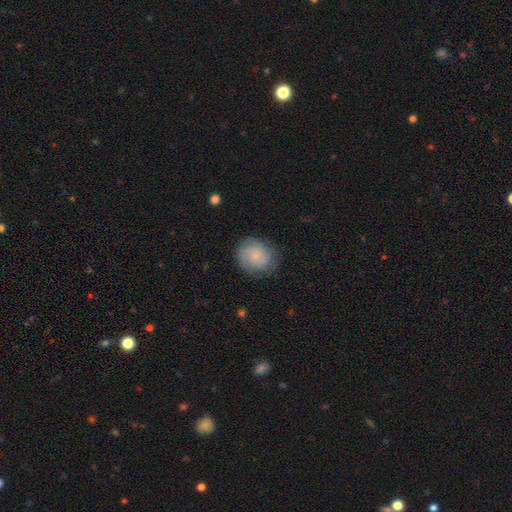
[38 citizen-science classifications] Smooth or featured? 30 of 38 (79%) said smooth. How rounded? 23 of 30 (77%) said round. Merging? 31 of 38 (82%) said none.